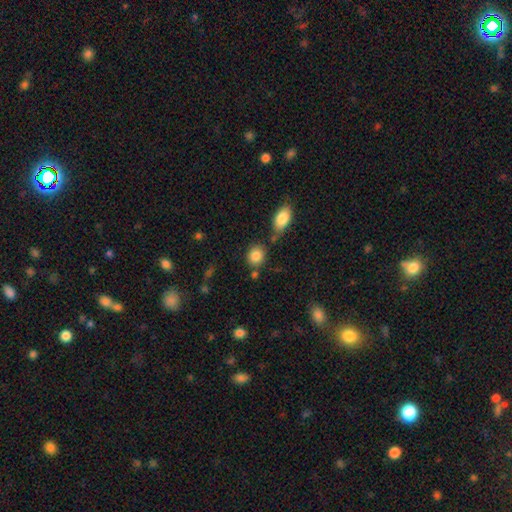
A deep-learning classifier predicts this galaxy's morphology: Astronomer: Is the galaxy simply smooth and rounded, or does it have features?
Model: smooth — 85%.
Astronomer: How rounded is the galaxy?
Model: round — 67%.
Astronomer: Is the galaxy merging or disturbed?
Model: none — 71%.